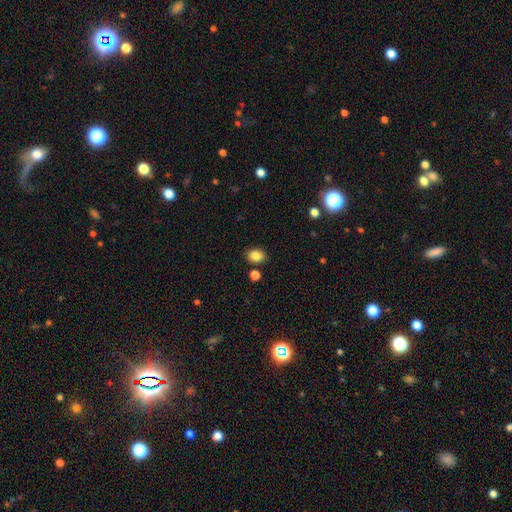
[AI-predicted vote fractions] Smooth or featured?
  - smooth: 85% *
  - star or artifact: 10%
  - featured or disk: 5%
How rounded?
  - in between: 50% *
  - round: 49%
  - cigar-shaped: 1%
Merging?
  - none: 84% *
  - minor disturbance: 9%
  - merger: 5%
  - major disturbance: 2%